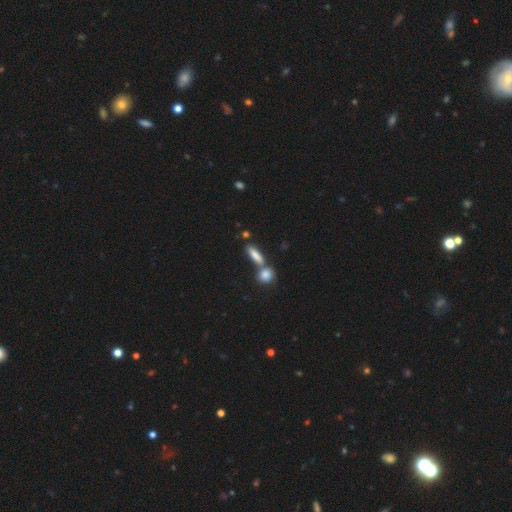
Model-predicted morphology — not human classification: Smooth or featured? Predicted: smooth (p=0.76). How rounded? Predicted: in between (p=0.46). Merging? Predicted: none (p=0.49).